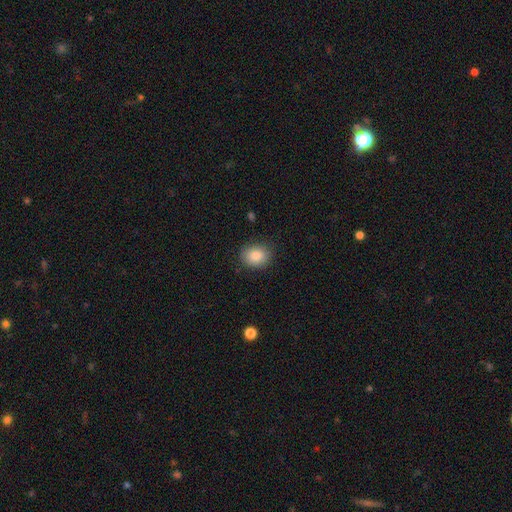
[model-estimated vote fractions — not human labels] smooth 86%, star or artifact 8%, featured or disk 6%. Down the decision tree: how rounded — in between (51%); merging — none (84%).